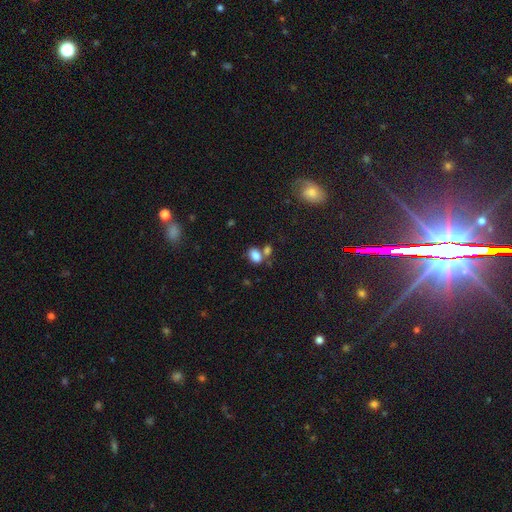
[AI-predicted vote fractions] This appears to be a smooth galaxy with no disk features (82%) that is in between round and cigar-shaped (81%). Merging: none (46%).